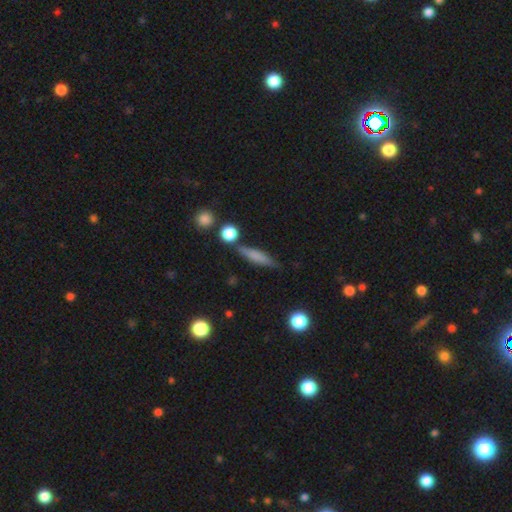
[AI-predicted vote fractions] Q: Smooth or featured?
A: smooth (63%); runner-up: featured or disk (29%)
Q: How rounded?
A: cigar-shaped (78%); runner-up: in between (18%)
Q: Merging?
A: none (75%); runner-up: minor disturbance (14%)